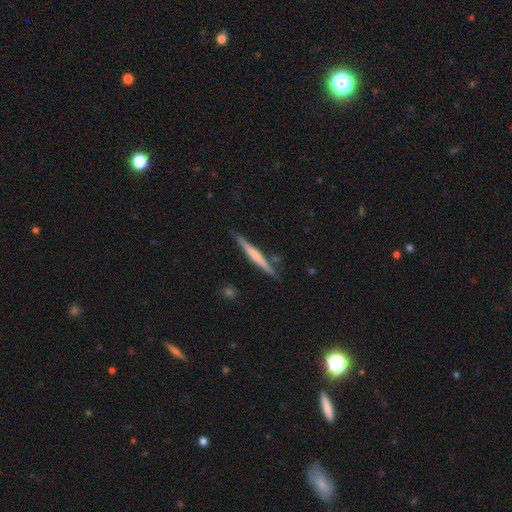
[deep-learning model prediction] smooth_or_featured: featured or disk (p=0.51) [alt: smooth p=0.44]
disk_edge_on: yes (p=0.97) [alt: no p=0.03]
merging: none (p=0.85) [alt: minor disturbance p=0.10]